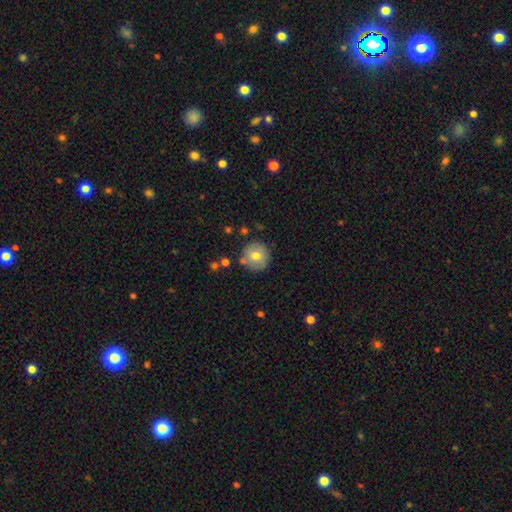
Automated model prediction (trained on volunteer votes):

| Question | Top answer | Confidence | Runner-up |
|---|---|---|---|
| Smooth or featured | smooth | 74% | featured or disk (17%) |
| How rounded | round | 94% | in between (5%) |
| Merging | none | 82% | minor disturbance (10%) |